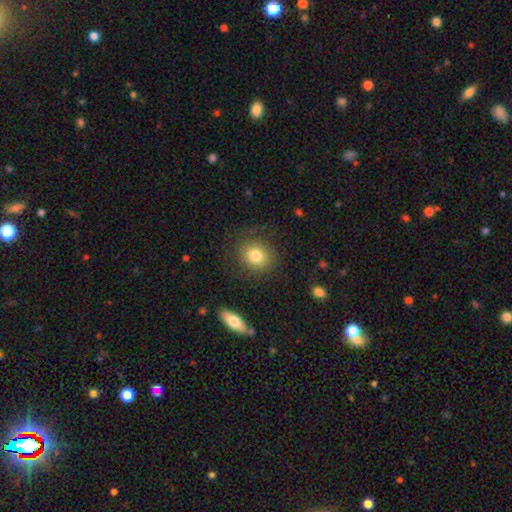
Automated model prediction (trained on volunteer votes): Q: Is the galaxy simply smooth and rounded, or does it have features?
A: smooth — 81%.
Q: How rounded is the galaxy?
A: round — 83%.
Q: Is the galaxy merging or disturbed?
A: none — 84%.